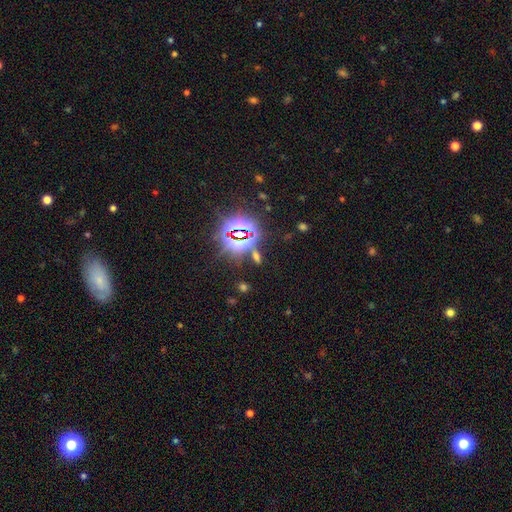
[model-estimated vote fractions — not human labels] star or artifact 64%, smooth 27%, featured or disk 9%.